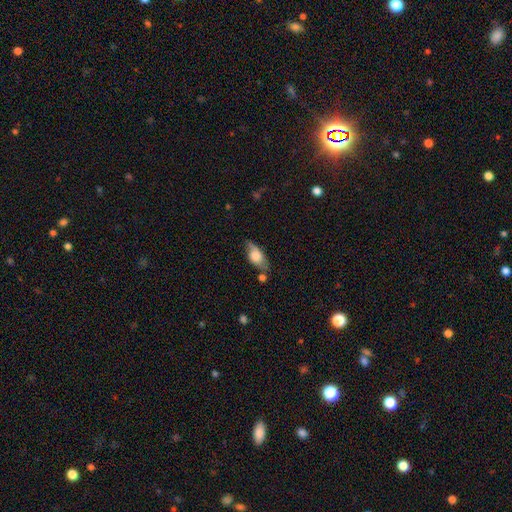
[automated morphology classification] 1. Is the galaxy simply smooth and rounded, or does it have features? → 62% smooth, 30% featured or disk, 8% star or artifact.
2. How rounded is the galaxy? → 82% in between, 12% cigar-shaped, 7% round.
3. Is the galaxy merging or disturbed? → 55% none, 28% minor disturbance, 9% major disturbance, 8% merger.